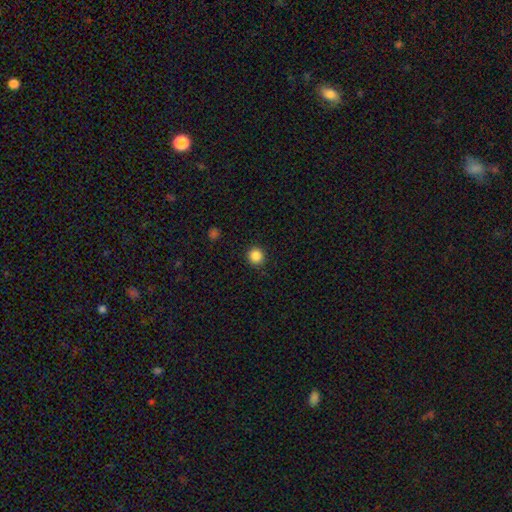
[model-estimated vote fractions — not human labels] This is clearly a smooth galaxy (86%). How rounded: clearly round (94%). Merging: clearly none (91%).